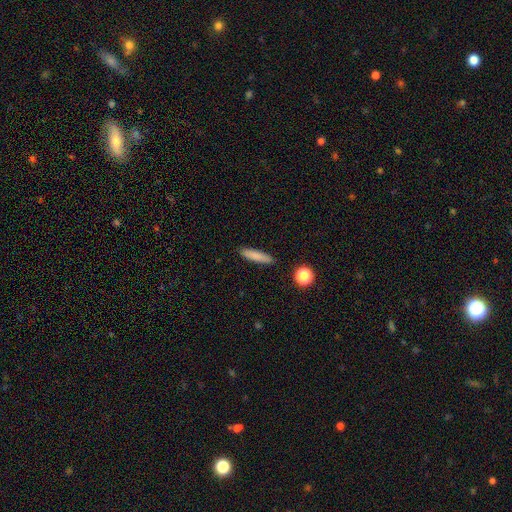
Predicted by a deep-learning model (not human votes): Morphology: type=smooth (82%); roundness=cigar-shaped (82%); merging=none (89%).